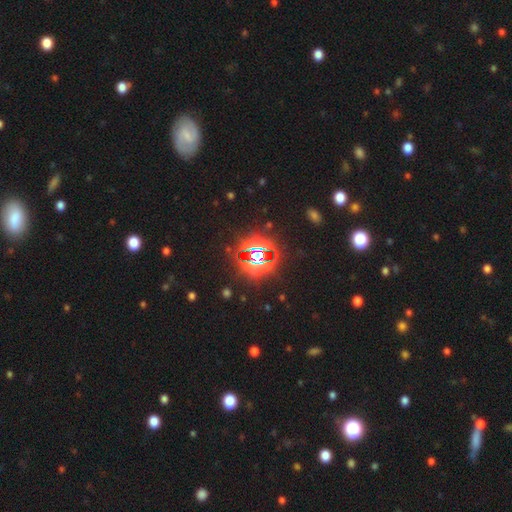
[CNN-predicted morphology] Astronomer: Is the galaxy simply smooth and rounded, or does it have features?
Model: star or artifact — 82%.